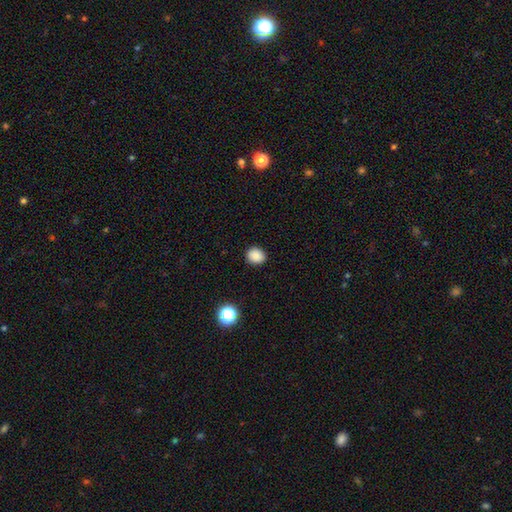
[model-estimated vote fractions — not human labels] A smooth galaxy with no disk features (86%) that is round (70%). Merging: none (88%).